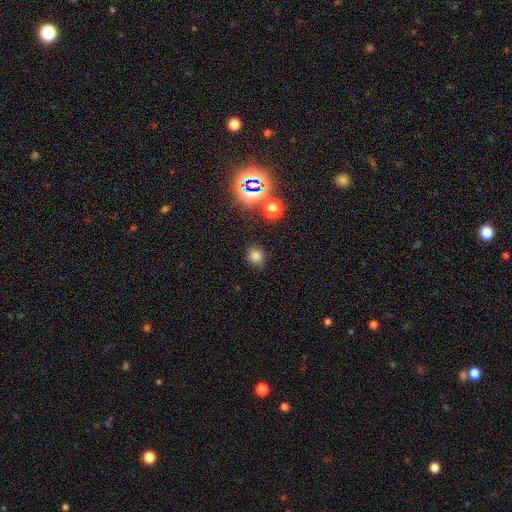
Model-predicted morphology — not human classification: Overall: smooth (75%). How rounded: round (71%). Merging: none (84%).